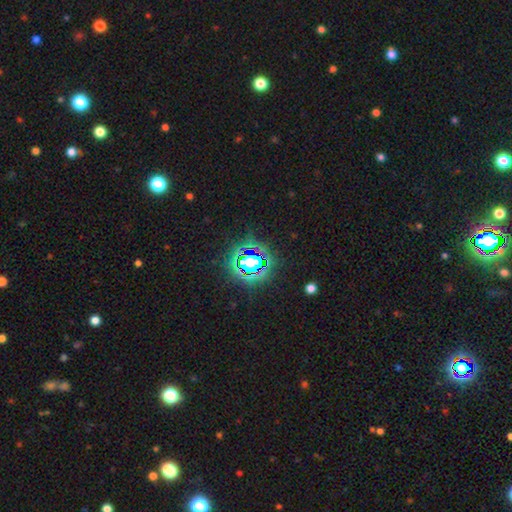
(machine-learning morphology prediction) smooth-or-featured: star or artifact: 73% | smooth: 17% | featured or disk: 10%